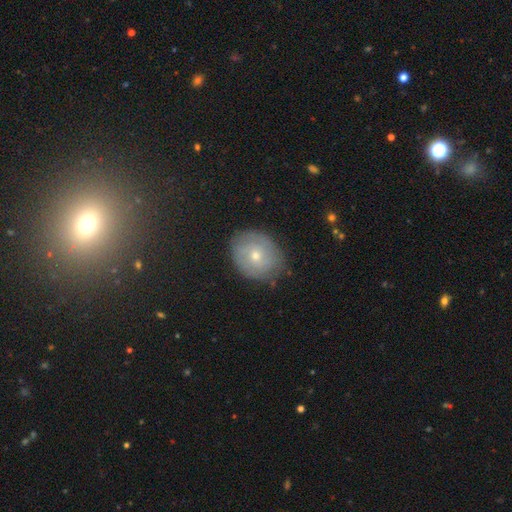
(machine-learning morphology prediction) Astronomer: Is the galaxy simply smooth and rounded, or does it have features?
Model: featured or disk — 46% (runner-up: smooth, 42%).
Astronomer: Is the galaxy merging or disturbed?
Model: none — 80%.